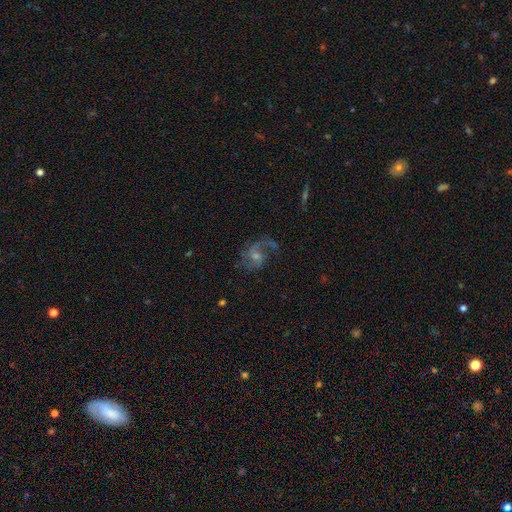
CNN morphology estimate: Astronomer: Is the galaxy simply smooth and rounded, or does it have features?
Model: featured or disk — 81%.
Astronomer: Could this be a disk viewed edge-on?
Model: no — 98%.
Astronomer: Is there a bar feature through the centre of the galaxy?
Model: no — 54% (runner-up: weak, 39%).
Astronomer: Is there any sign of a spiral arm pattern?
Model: yes — 94%.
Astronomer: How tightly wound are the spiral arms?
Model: loose — 44%, tied with medium at 44%.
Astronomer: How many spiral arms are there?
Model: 2 — 66%.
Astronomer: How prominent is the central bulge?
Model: small — 52% (runner-up: moderate, 39%).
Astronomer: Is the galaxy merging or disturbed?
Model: none — 62%.